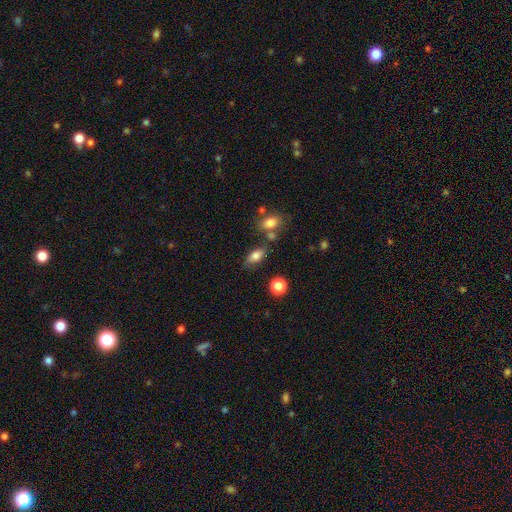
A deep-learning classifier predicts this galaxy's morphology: type=smooth (77%); roundness=in between (82%); merging=none (69%).